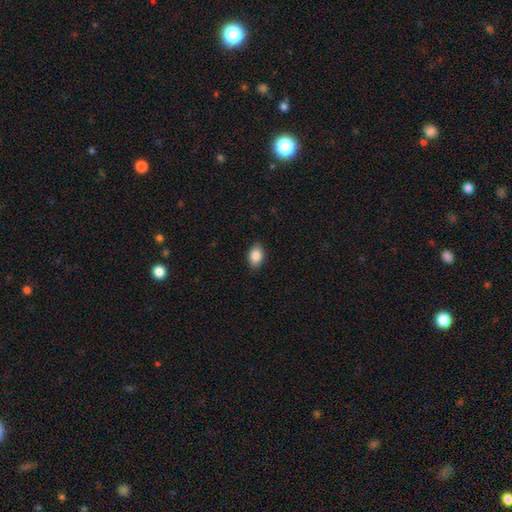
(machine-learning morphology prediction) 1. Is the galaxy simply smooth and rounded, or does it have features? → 86% smooth, 8% star or artifact, 6% featured or disk.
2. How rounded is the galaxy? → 86% in between, 13% round, 1% cigar-shaped.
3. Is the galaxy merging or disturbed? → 87% none, 10% minor disturbance, 2% major disturbance, 1% merger.